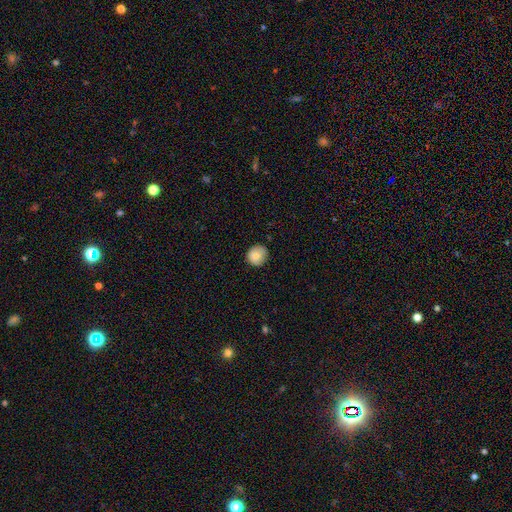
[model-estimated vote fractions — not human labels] Q: Smooth or featured?
A: smooth (81%); runner-up: featured or disk (11%)
Q: How rounded?
A: round (90%); runner-up: in between (9%)
Q: Merging?
A: none (81%); runner-up: minor disturbance (15%)